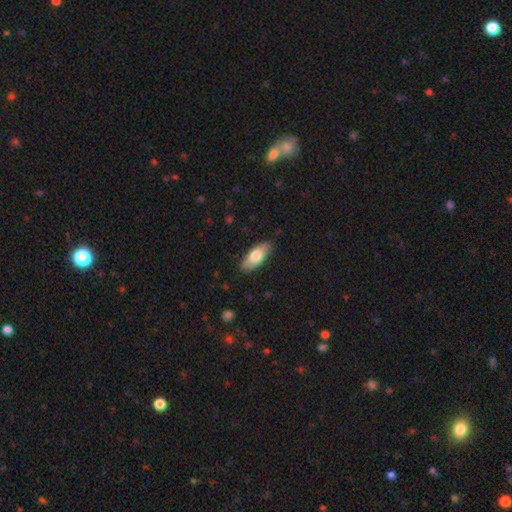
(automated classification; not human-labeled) smooth 74%, featured or disk 20%, star or artifact 6%. Down the decision tree: how rounded — in between (83%); merging — none (86%).